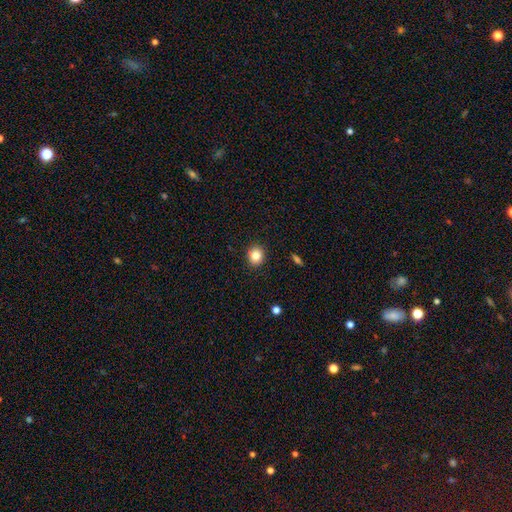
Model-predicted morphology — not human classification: Smooth or featured?
  - smooth: 83% *
  - star or artifact: 11%
  - featured or disk: 6%
How rounded?
  - round: 78% *
  - in between: 21%
  - cigar-shaped: 1%
Merging?
  - none: 91% *
  - minor disturbance: 6%
  - major disturbance: 2%
  - merger: 1%